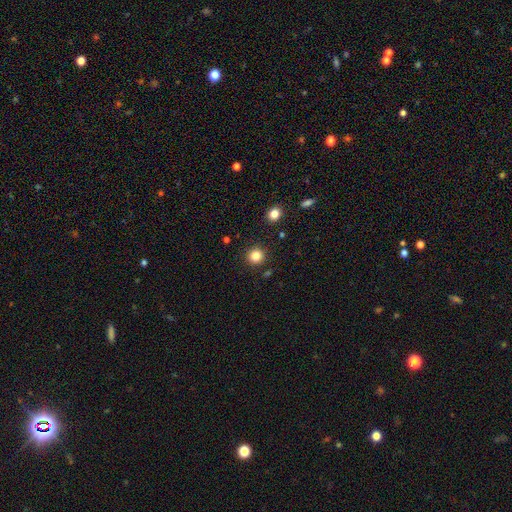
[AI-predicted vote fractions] Morphology: type=smooth (83%); roundness=round (93%); merging=none (90%).